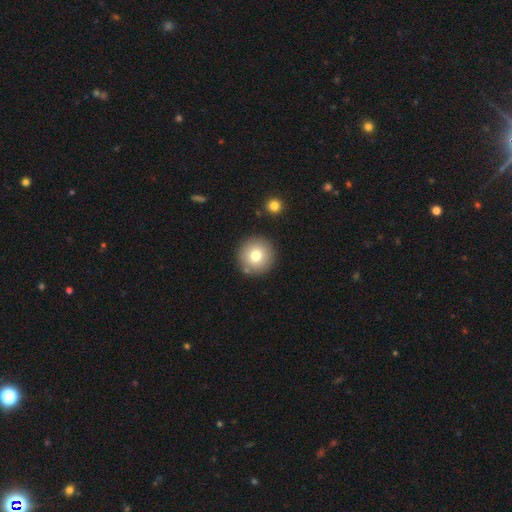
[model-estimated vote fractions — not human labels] smooth 75%, featured or disk 14%, star or artifact 11%. Down the decision tree: how rounded — round (96%); merging — none (86%).